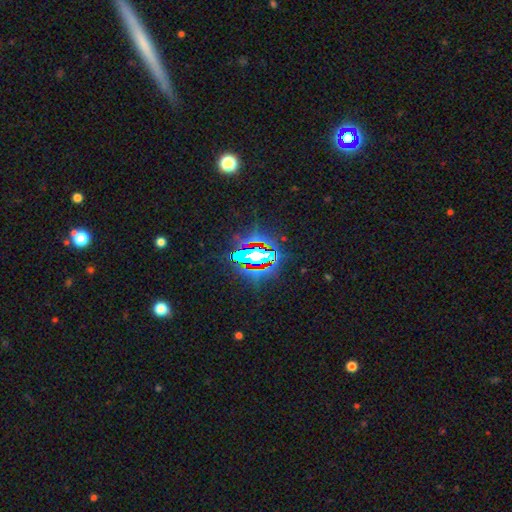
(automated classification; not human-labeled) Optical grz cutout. It shows a star or artifact, not a galaxy (70%).